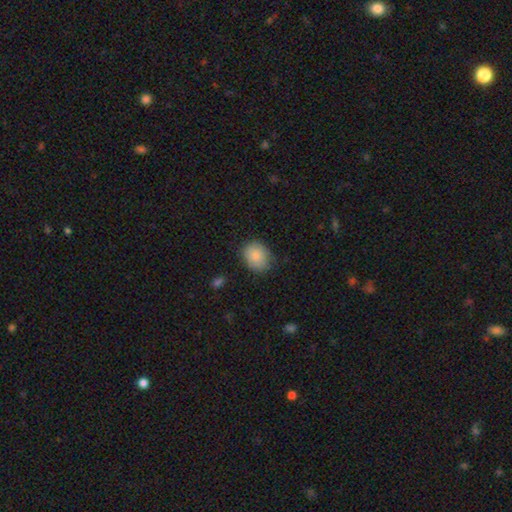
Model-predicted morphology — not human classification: Smooth or featured? Predicted: smooth (p=0.85). How rounded? Predicted: in between (p=0.50). Merging? Predicted: none (p=0.76).